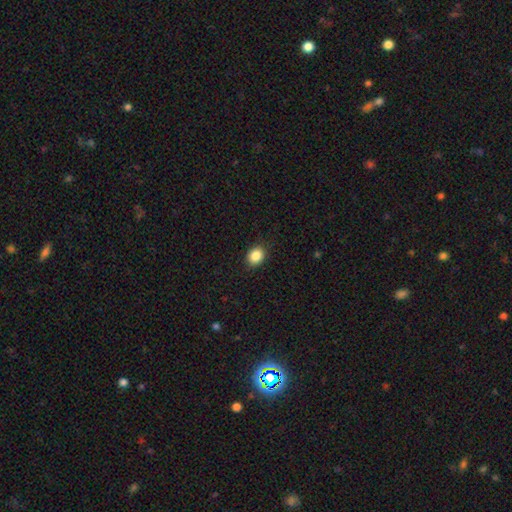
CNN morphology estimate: This appears to be a smooth galaxy with no disk features (86%) that is round (51%). Merging: none (88%).